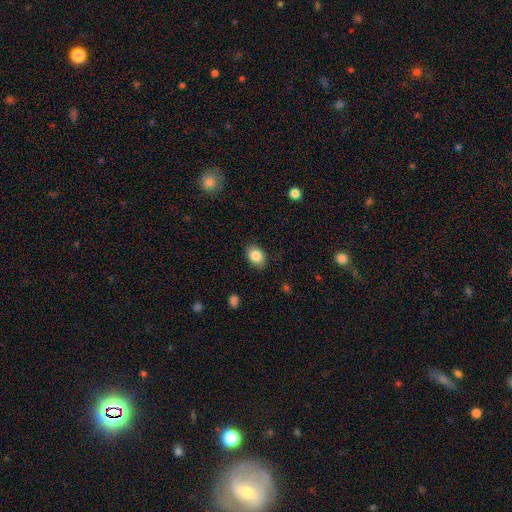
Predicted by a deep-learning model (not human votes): This appears to be a smooth galaxy with no disk features (85%) that is in between round and cigar-shaped (73%). Merging: none (85%).